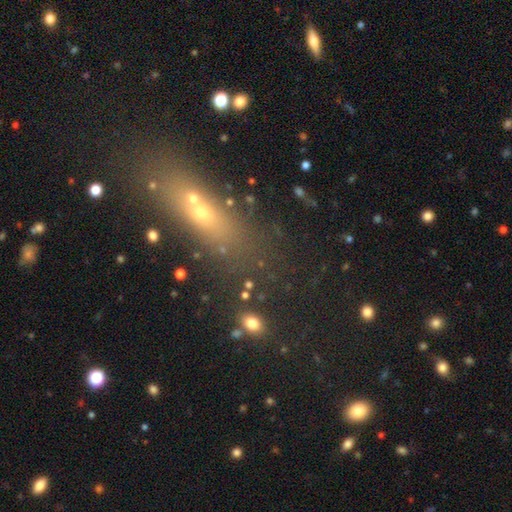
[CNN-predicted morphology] Overall: smooth (47%; star or artifact 29%). Merging: none (69%).